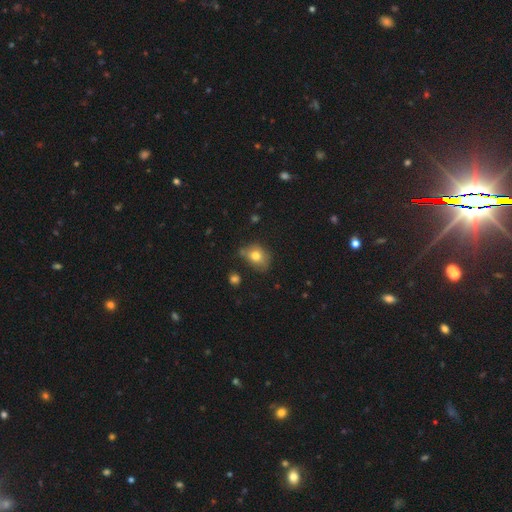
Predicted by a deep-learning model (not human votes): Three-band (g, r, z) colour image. It shows a smooth galaxy with no disk features (74%) that is in between round and cigar-shaped (61%). Merging: none (52%).